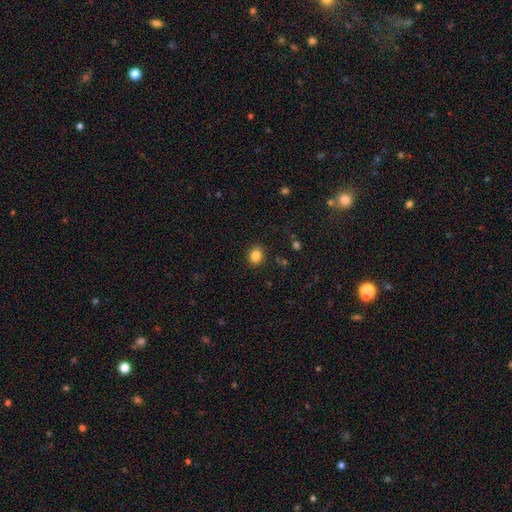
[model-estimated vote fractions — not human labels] smooth_or_featured: smooth (p=0.84) [alt: star or artifact p=0.11]
how_rounded: round (p=0.65) [alt: in between p=0.34]
merging: none (p=0.88) [alt: minor disturbance p=0.08]